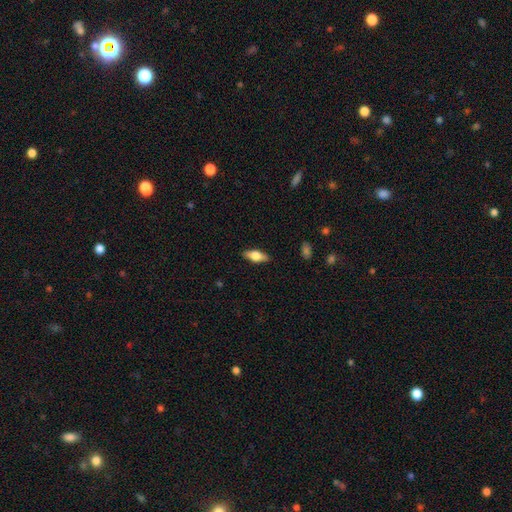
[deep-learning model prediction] A smooth galaxy with no disk features (56%) that is in between round and cigar-shaped (73%).

Vote fractions:
- Smooth or featured? smooth: 56% / featured or disk: 37% / star or artifact: 7%
- How rounded? in between: 73% / cigar-shaped: 23% / round: 4%
- Merging? none: 88% / minor disturbance: 9% / major disturbance: 2% / merger: 1%